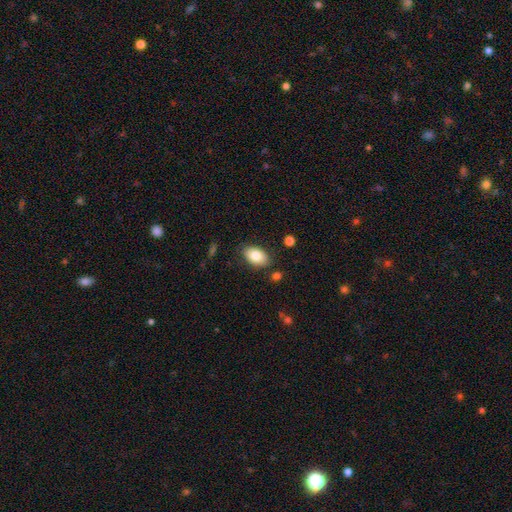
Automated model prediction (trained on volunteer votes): Smooth or featured? Predicted: smooth (p=0.81). How rounded? Predicted: in between (p=0.91). Merging? Predicted: none (p=0.83).